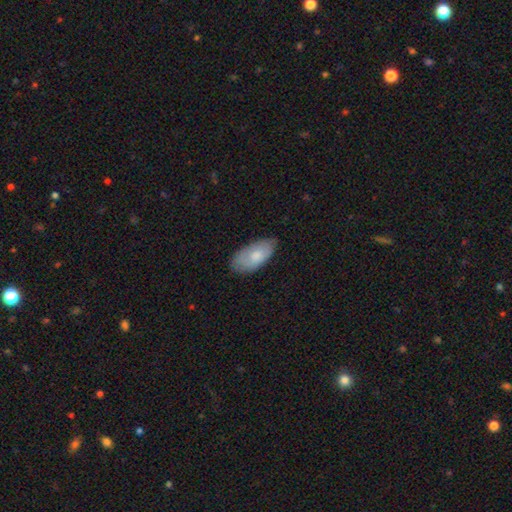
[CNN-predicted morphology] Smooth or featured? smooth (74%)
How rounded? in between (93%)
Merging? none (71%)